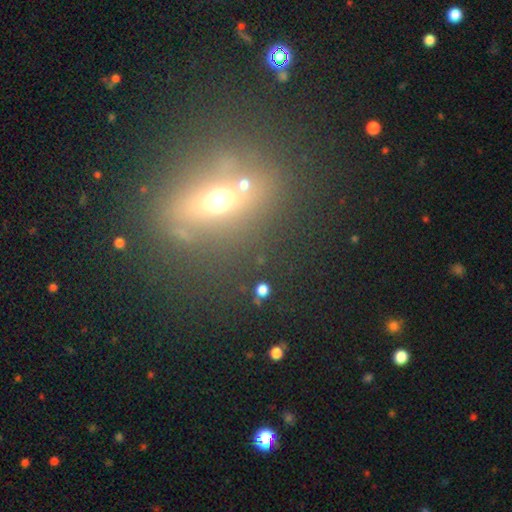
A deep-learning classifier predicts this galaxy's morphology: A featured or disk galaxy (40%).

Vote fractions:
- Smooth or featured? featured or disk: 40% / smooth: 34% / star or artifact: 27%
- Merging? none: 69% / minor disturbance: 12% / merger: 10% / major disturbance: 8%